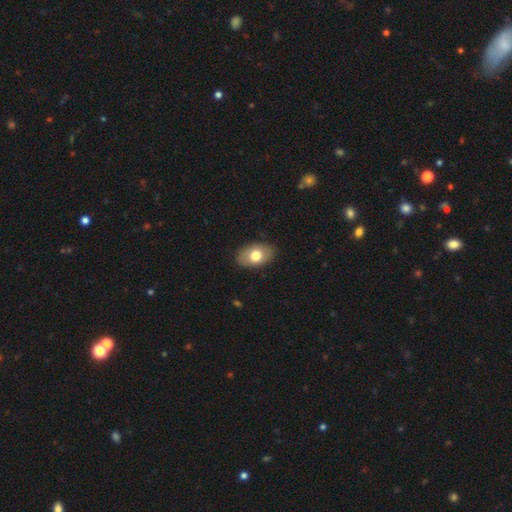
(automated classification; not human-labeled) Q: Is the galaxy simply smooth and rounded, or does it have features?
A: smooth — 73%.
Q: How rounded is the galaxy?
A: in between — 90%.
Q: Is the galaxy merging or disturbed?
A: none — 86%.